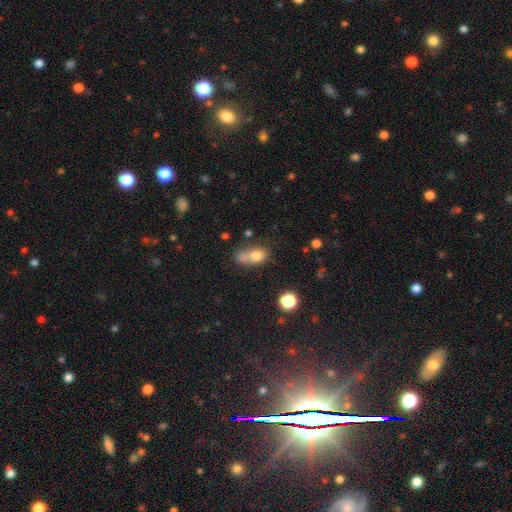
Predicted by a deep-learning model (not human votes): Smooth or featured? smooth (75%)
How rounded? in between (61%)
Merging? merger (46%)